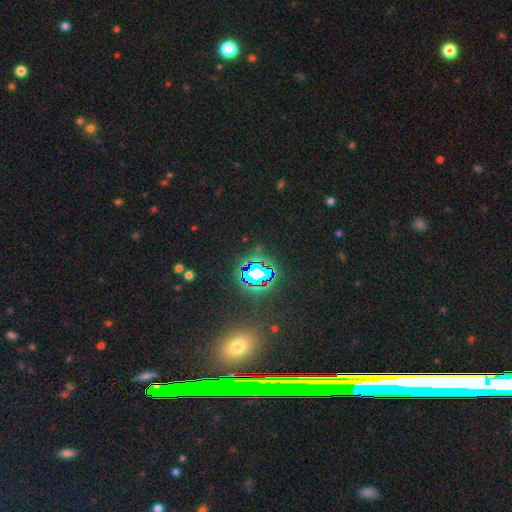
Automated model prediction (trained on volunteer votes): star or artifact 75%, smooth 15%, featured or disk 10%.